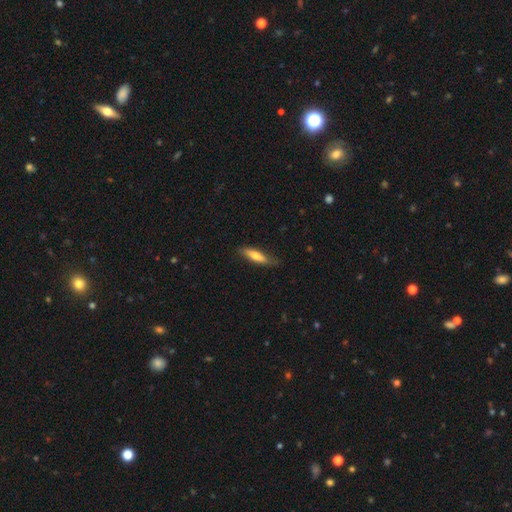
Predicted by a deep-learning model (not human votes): A smooth galaxy with no disk features (69%) that is cigar-shaped (69%). Merging: none (75%).